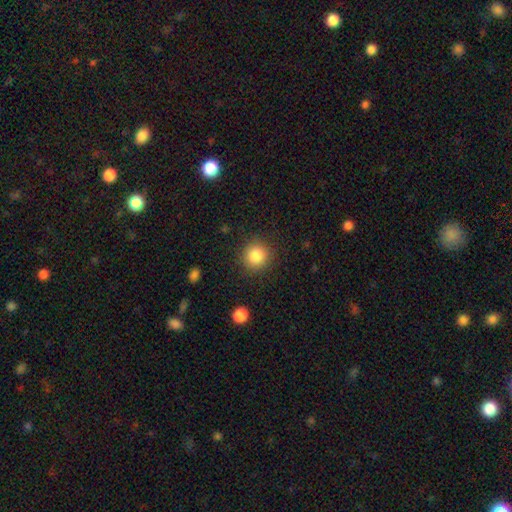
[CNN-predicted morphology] Smooth or featured: smooth — 84% (star or artifact — 10%)
How rounded: round — 92% (in between — 7%)
Merging: none — 88% (minor disturbance — 7%)